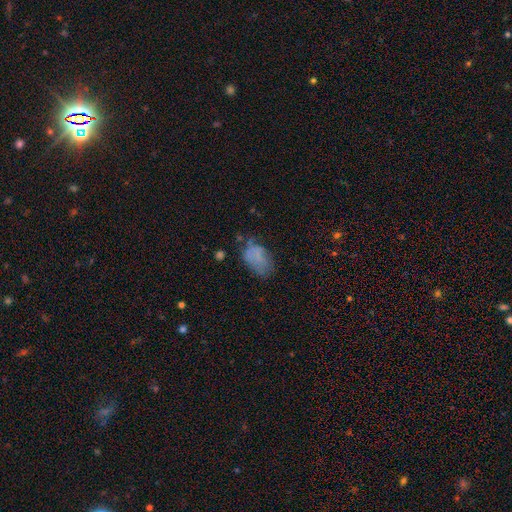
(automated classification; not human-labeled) Smooth or featured?
  - smooth: 67% *
  - featured or disk: 21%
  - star or artifact: 12%
How rounded?
  - in between: 90% *
  - round: 9%
  - cigar-shaped: 2%
Merging?
  - none: 46% *
  - minor disturbance: 32%
  - major disturbance: 19%
  - merger: 4%